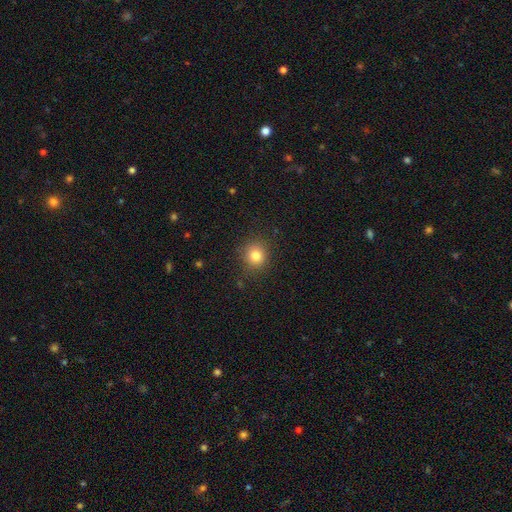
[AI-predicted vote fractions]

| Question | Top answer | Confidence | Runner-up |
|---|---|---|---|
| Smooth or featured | smooth | 81% | star or artifact (12%) |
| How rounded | round | 87% | in between (12%) |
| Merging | none | 88% | minor disturbance (8%) |